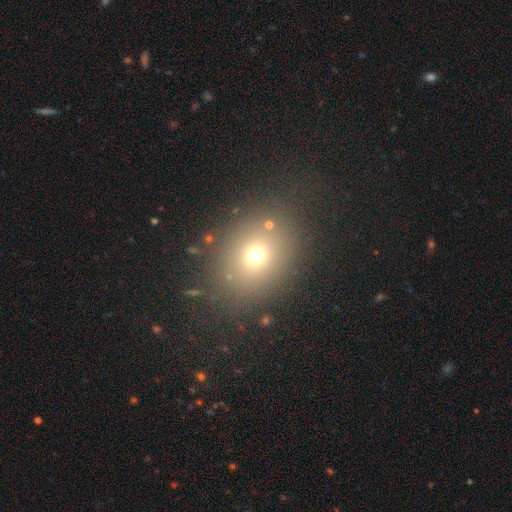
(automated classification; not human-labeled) smooth_or_featured: smooth (p=0.68) [alt: star or artifact p=0.20]
how_rounded: round (p=0.53) [alt: in between p=0.46]
merging: none (p=0.80) [alt: minor disturbance p=0.11]